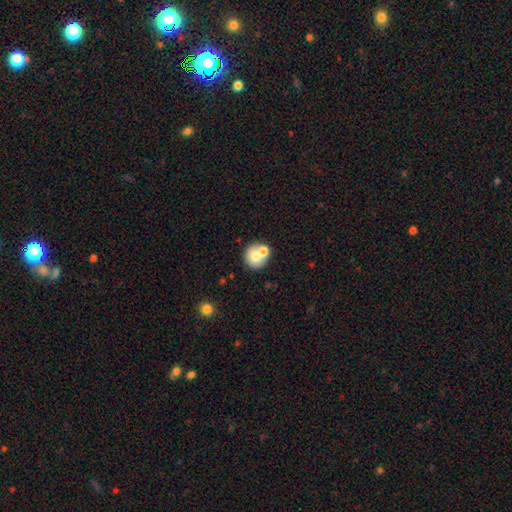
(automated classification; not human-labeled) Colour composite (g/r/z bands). It shows a smooth galaxy with no disk features (73%) that is round (84%). Merging: none (54%).